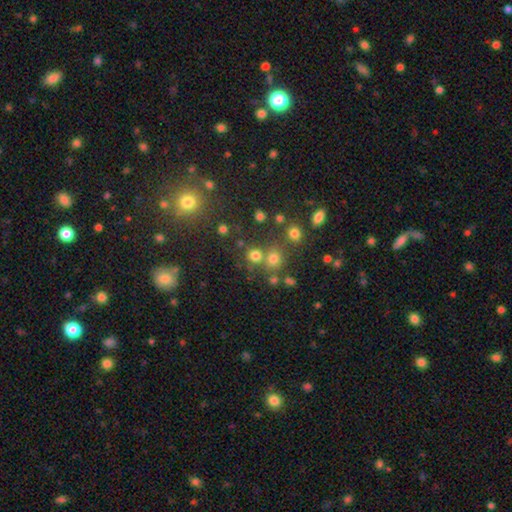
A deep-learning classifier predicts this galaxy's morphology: Smooth or featured? smooth (73%)
How rounded? round (87%)
Merging? none (64%)